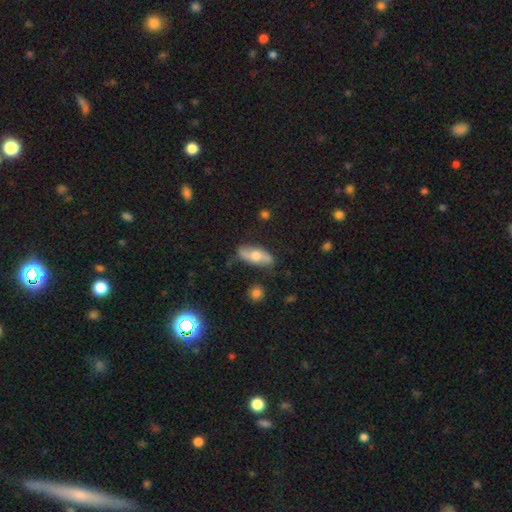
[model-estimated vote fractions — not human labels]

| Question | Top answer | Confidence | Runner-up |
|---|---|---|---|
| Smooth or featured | smooth | 48% | featured or disk (45%) |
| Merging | none | 73% | minor disturbance (19%) |